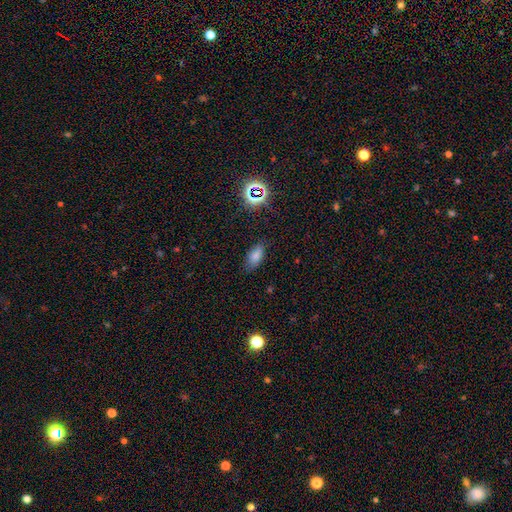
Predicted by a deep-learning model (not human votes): smooth-or-featured: smooth: 76% | star or artifact: 16% | featured or disk: 8%
  how-rounded: in between: 88% | cigar-shaped: 7% | round: 5%
  merging: none: 79% | minor disturbance: 15% | major disturbance: 4% | merger: 2%